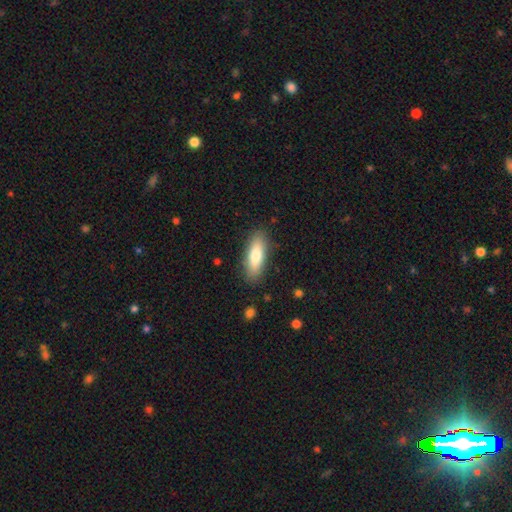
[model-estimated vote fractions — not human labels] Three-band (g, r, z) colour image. It shows a smooth galaxy with no disk features (76%) that is in between round and cigar-shaped (58%). Merging: none (87%).